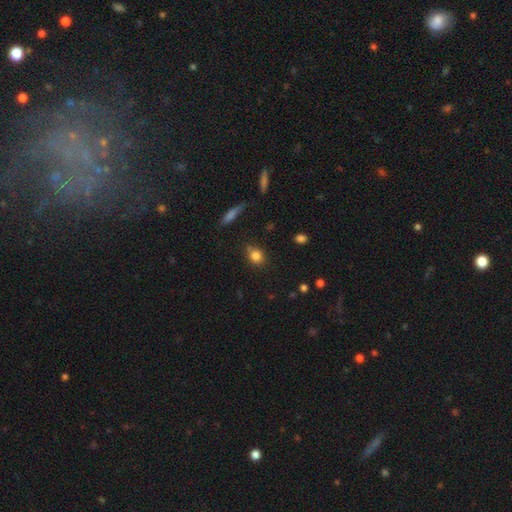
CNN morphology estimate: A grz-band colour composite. It shows a smooth galaxy with no disk features (82%) that is round (61%). Merging: none (75%).